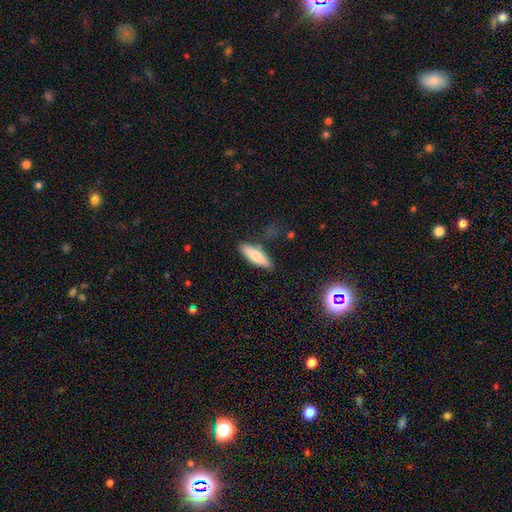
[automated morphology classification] Q: Smooth or featured?
A: smooth (77%); runner-up: featured or disk (18%)
Q: How rounded?
A: cigar-shaped (58%); runner-up: in between (40%)
Q: Merging?
A: none (81%); runner-up: minor disturbance (13%)